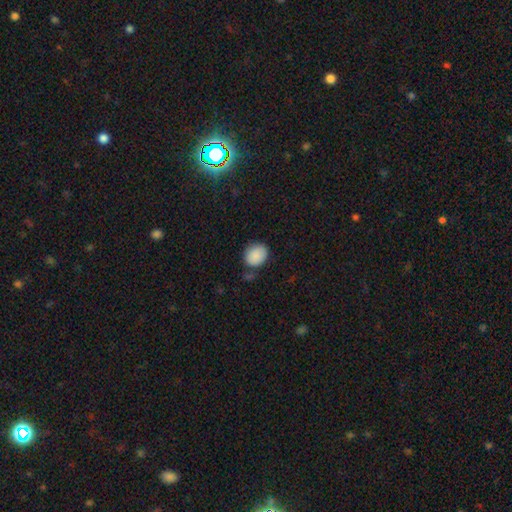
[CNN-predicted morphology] smooth_or_featured: smooth (p=0.89) [alt: star or artifact p=0.07]
how_rounded: round (p=0.57) [alt: in between p=0.42]
merging: none (p=0.74) [alt: minor disturbance p=0.17]